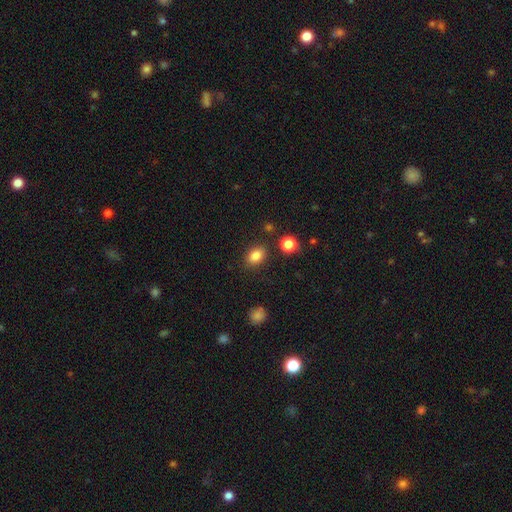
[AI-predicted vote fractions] Overall: smooth (84%). How rounded: in between (76%). Merging: none (83%).